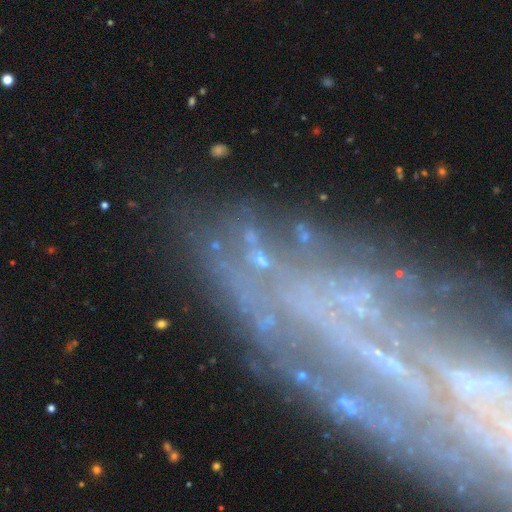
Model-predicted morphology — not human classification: smooth_or_featured: featured or disk (p=0.45) [alt: star or artifact p=0.36]
merging: none (p=0.54) [alt: major disturbance p=0.20]